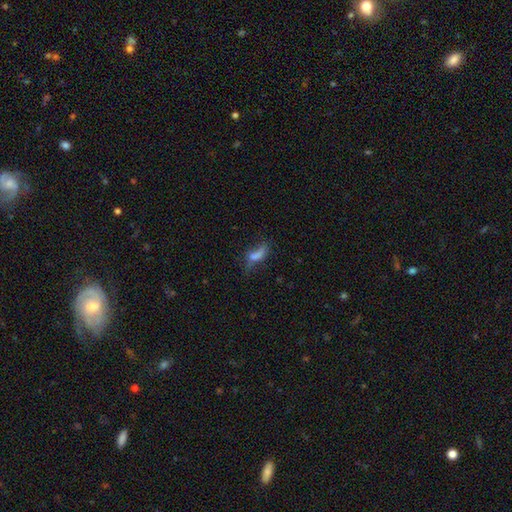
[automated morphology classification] smooth_or_featured: smooth (p=0.52) [alt: featured or disk p=0.32]
how_rounded: in between (p=0.61) [alt: cigar-shaped p=0.33]
merging: none (p=0.39) [alt: minor disturbance p=0.27]